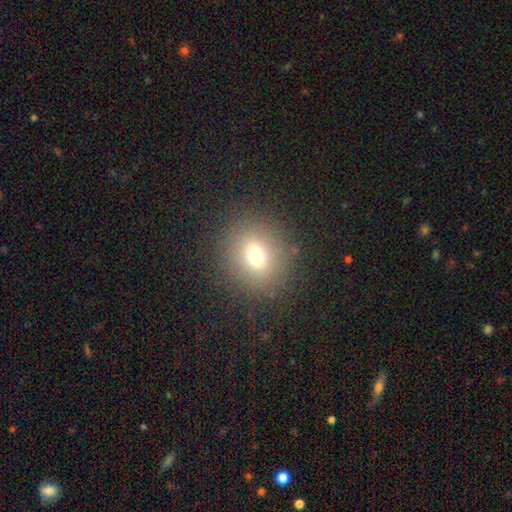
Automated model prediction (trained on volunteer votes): The model was most divided on "smooth or featured": smooth: 69%, star or artifact: 19%, featured or disk: 12%. More confident: merging — none (86%); how rounded — round (80%).